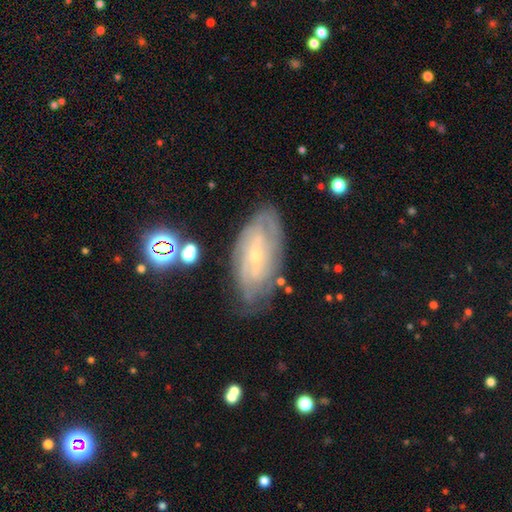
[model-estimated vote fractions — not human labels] Q: Smooth or featured?
A: featured or disk (74%); runner-up: smooth (18%)
Q: Edge-on disk?
A: no (92%); runner-up: yes (8%)
Q: Bar?
A: no (52%); runner-up: weak (37%)
Q: Spiral arms?
A: yes (86%); runner-up: no (14%)
Q: Spiral winding?
A: tight (66%); runner-up: medium (26%)
Q: Spiral arm count?
A: can't tell (54%); runner-up: 2 (21%)
Q: Bulge size?
A: small (78%); runner-up: moderate (18%)
Q: Merging?
A: none (72%); runner-up: minor disturbance (20%)